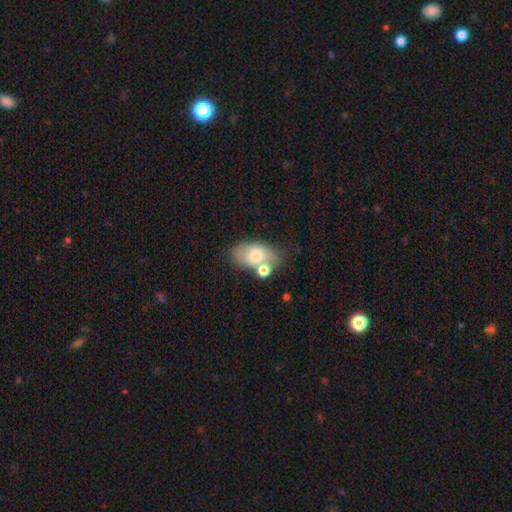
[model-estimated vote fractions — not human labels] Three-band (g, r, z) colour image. It shows a smooth galaxy with no disk features (62%) that is in between round and cigar-shaped (89%). Merging: none (45%).